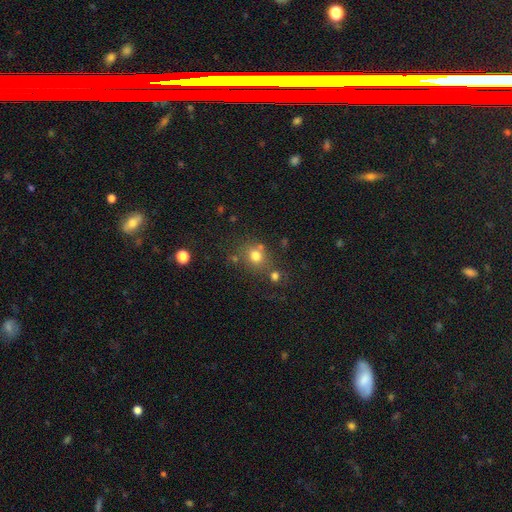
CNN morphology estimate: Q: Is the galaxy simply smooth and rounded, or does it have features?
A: smooth — 74%.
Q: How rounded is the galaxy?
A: round — 79%.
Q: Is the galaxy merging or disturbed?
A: none — 67%.